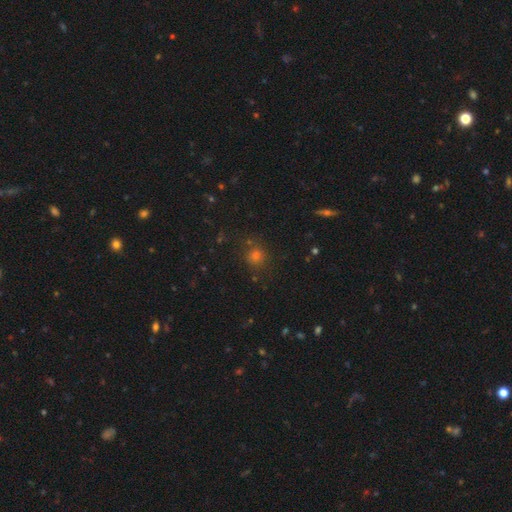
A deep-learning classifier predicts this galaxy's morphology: The model was most divided on "smooth or featured": smooth: 65%, star or artifact: 27%, featured or disk: 7%. More confident: how rounded — round (88%); merging — none (81%).